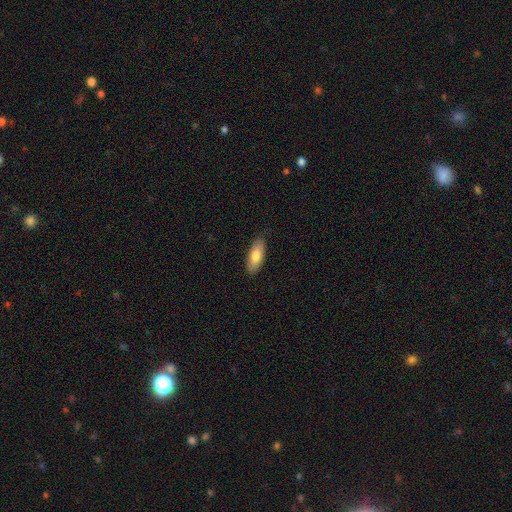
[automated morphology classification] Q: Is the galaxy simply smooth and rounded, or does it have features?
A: smooth — 80%.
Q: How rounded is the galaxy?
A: in between — 73%.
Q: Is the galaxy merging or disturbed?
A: none — 86%.